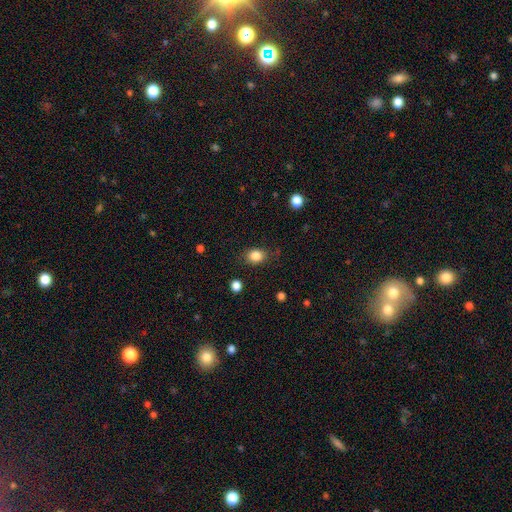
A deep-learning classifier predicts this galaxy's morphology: The model was most divided on "how rounded": in between: 59%, round: 40%, cigar-shaped: 1%. More confident: smooth or featured — smooth (84%); merging — none (79%).